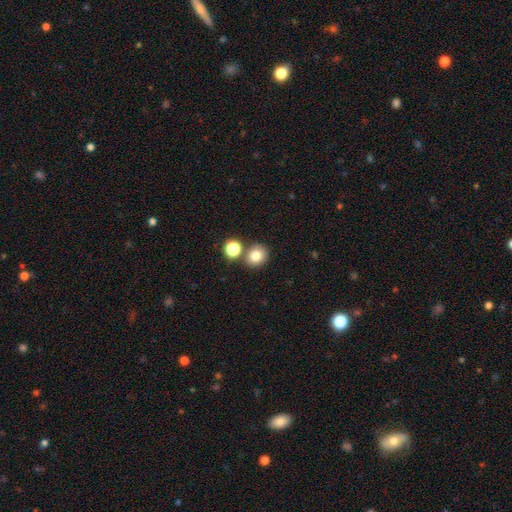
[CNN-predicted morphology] smooth-or-featured: smooth: 80% | star or artifact: 12% | featured or disk: 7%
  how-rounded: round: 79% | in between: 20% | cigar-shaped: 1%
  merging: none: 71% | merger: 17% | minor disturbance: 8% | major disturbance: 3%